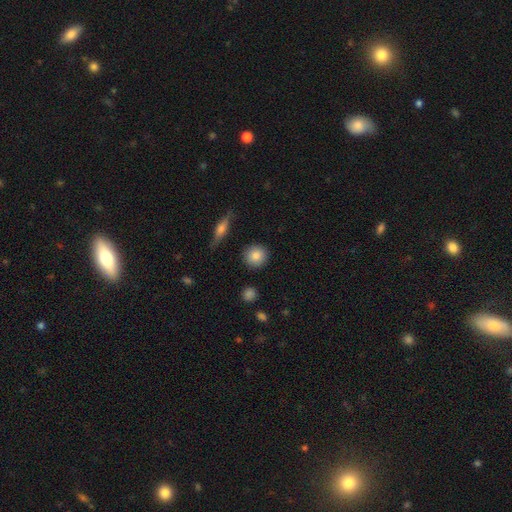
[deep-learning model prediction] The model was most divided on "smooth or featured": smooth: 84%, featured or disk: 8%, star or artifact: 8%. More confident: how rounded — round (91%); merging — none (90%).